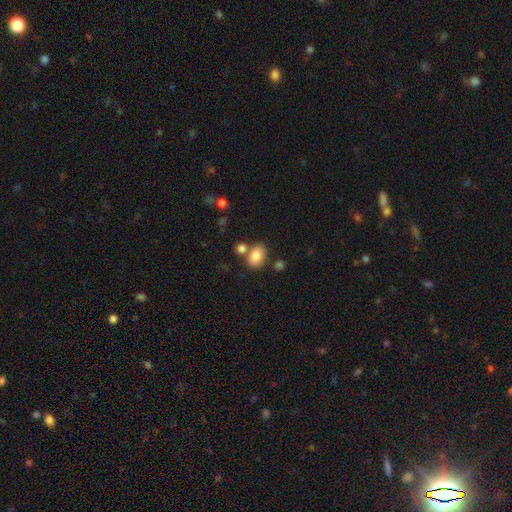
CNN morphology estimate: Smooth or featured? smooth (84%)
How rounded? in between (76%)
Merging? none (61%)